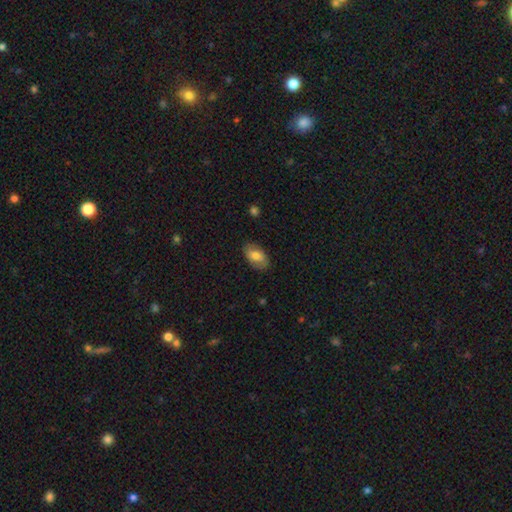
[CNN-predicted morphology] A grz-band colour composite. It shows a smooth galaxy with no disk features (74%) that is in between round and cigar-shaped (93%). Merging: none (83%).